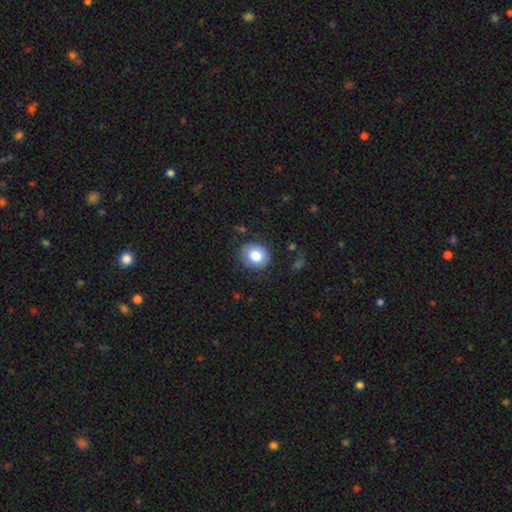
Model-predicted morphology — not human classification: This is clearly a smooth galaxy (81%). How rounded: likely round (78%). Merging: clearly none (82%).